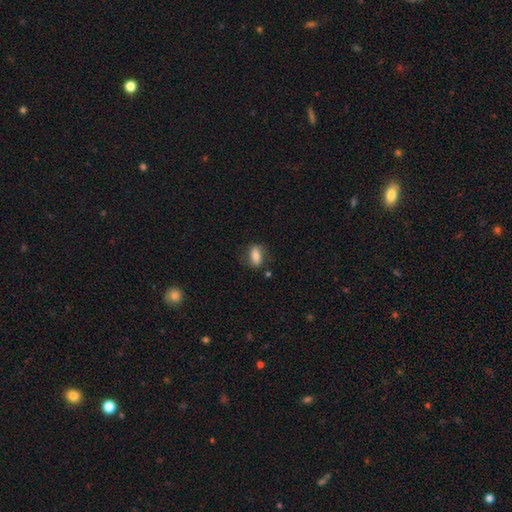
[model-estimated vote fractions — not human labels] The model was most divided on "merging": none: 71%, minor disturbance: 19%, major disturbance: 7%, merger: 3%. More confident: how rounded — in between (83%); smooth or featured — smooth (76%).